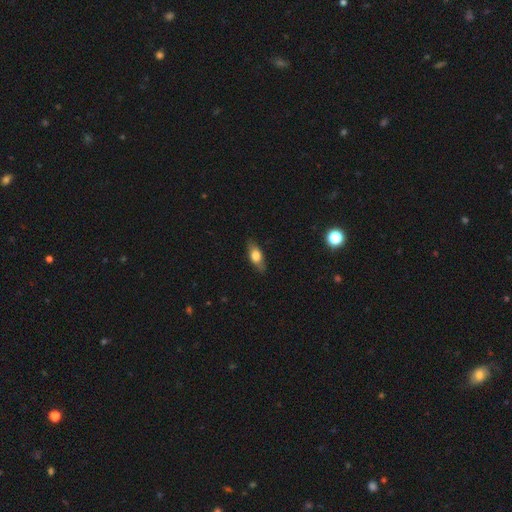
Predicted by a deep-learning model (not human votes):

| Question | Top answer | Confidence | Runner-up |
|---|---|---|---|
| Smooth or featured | smooth | 68% | featured or disk (25%) |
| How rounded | in between | 78% | cigar-shaped (17%) |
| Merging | none | 84% | minor disturbance (12%) |